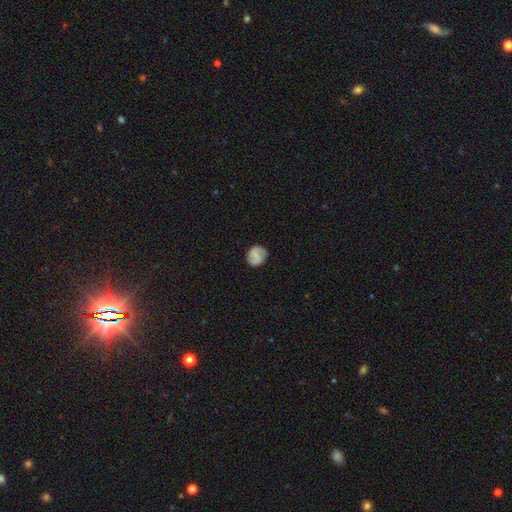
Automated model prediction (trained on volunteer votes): Smooth or featured?
  - smooth: 50% *
  - featured or disk: 42%
  - star or artifact: 9%
Merging?
  - none: 83% *
  - minor disturbance: 12%
  - major disturbance: 4%
  - merger: 1%